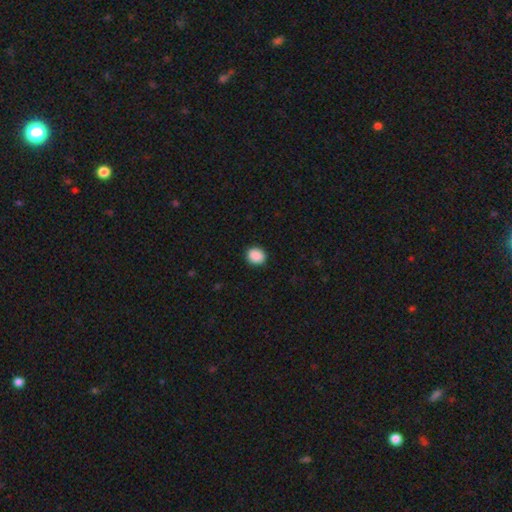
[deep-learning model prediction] Morphology: type=smooth (90%); roundness=round (68%); merging=none (91%).